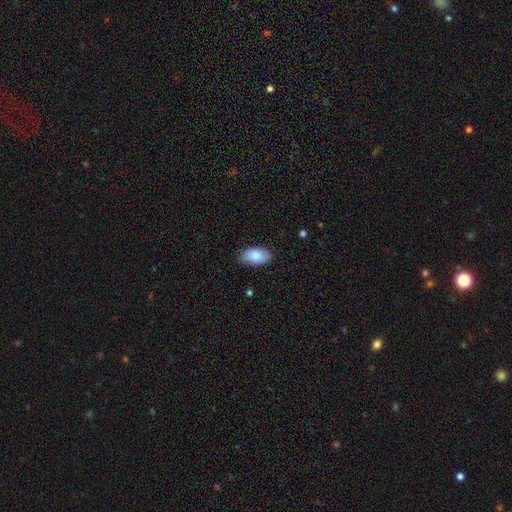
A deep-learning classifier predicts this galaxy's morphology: Overall: smooth (86%). How rounded: in between (95%). Merging: none (84%).